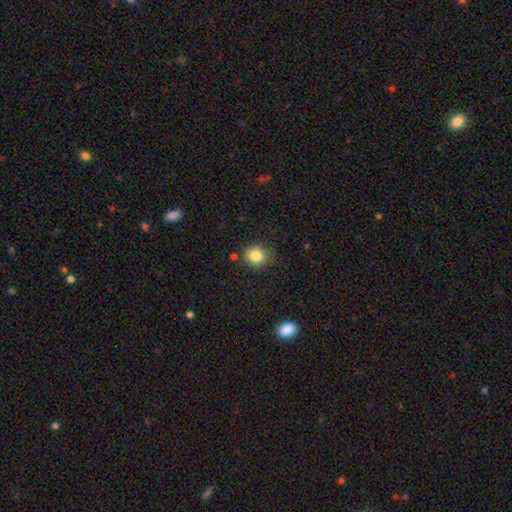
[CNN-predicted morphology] Smooth or featured? Predicted: smooth (p=0.82). How rounded? Predicted: round (p=0.76). Merging? Predicted: none (p=0.77).